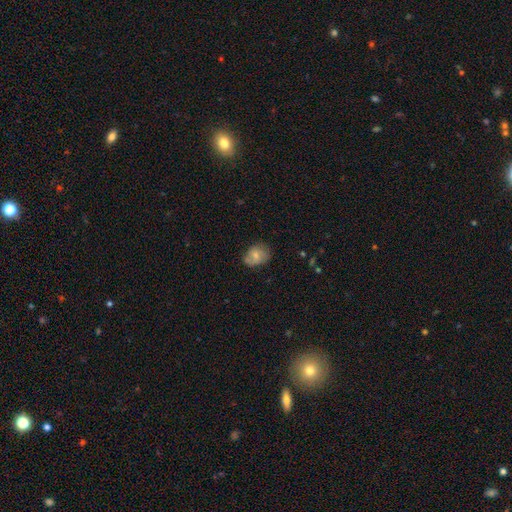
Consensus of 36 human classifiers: Volunteers were most divided on "merging": none: 44%, minor disturbance: 36%, major disturbance: 11%, merger: 8%. More confident: smooth or featured — smooth (86%); how rounded — in between (65%).